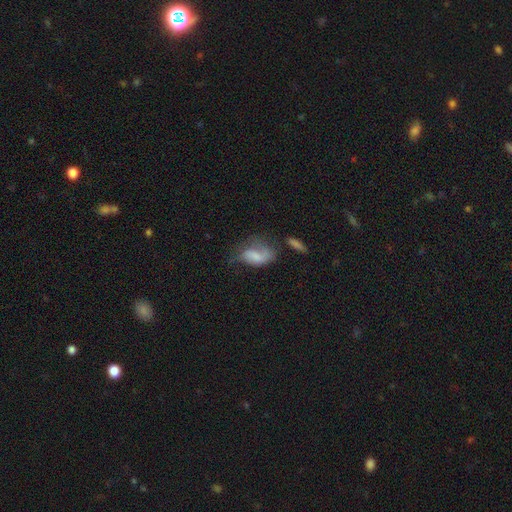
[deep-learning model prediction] This is possibly a smooth galaxy (56%). How rounded: clearly in between (85%). Merging: marginally major disturbance (35%).